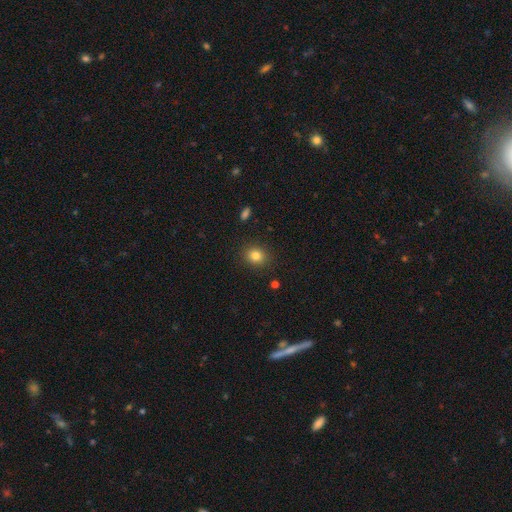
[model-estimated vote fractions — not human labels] A smooth galaxy with no disk features (82%) that is round (71%).

Vote fractions:
- Smooth or featured? smooth: 82% / star or artifact: 12% / featured or disk: 6%
- How rounded? round: 71% / in between: 28% / cigar-shaped: 1%
- Merging? none: 89% / minor disturbance: 7% / major disturbance: 2% / merger: 1%